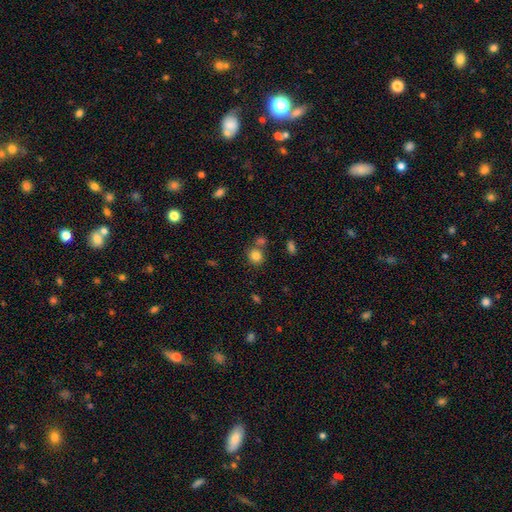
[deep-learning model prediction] Morphology: type=smooth (82%); roundness=round (79%); merging=none (68%).